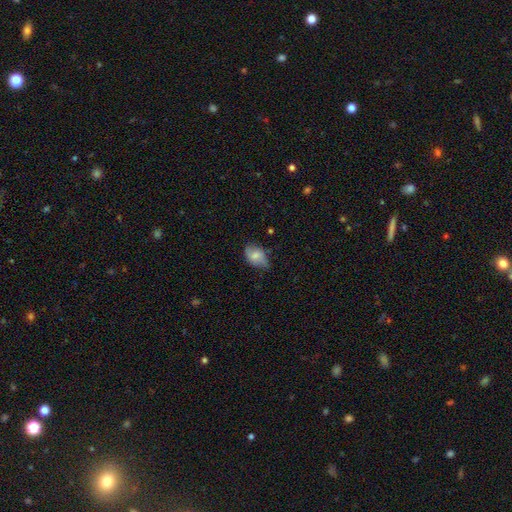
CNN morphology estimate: Overall: smooth (68%). How rounded: in between (82%). Merging: none (51%; minor disturbance 38%).